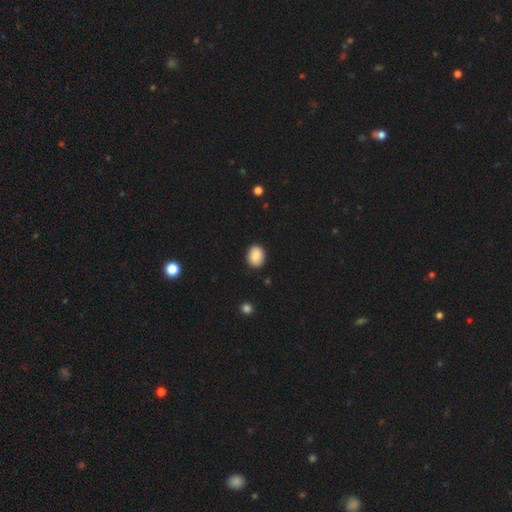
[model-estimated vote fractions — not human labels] smooth 88%, star or artifact 8%, featured or disk 4%. Down the decision tree: how rounded — in between (51%); merging — none (89%).